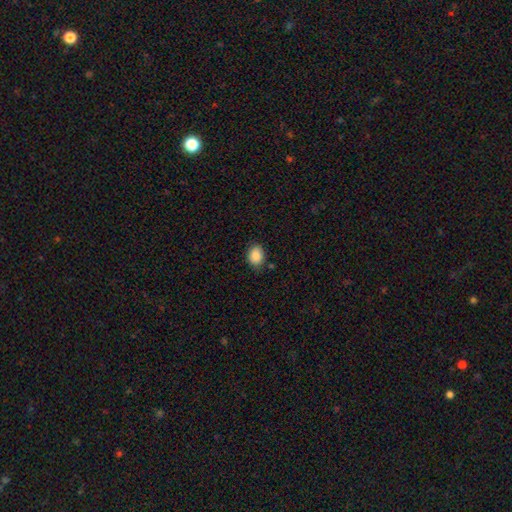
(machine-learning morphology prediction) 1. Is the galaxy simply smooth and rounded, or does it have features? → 88% smooth, 8% star or artifact, 4% featured or disk.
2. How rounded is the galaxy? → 60% in between, 39% round, 1% cigar-shaped.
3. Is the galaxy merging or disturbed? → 82% none, 13% minor disturbance, 3% major disturbance, 2% merger.